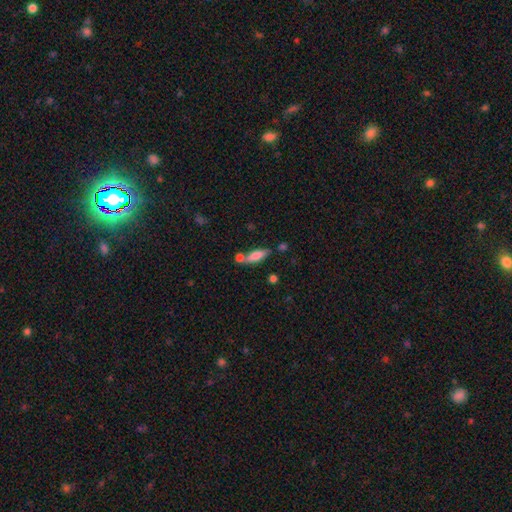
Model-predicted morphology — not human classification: This appears to be a smooth galaxy with no disk features (73%) that is in between round and cigar-shaped (49%). Merging: none (58%).